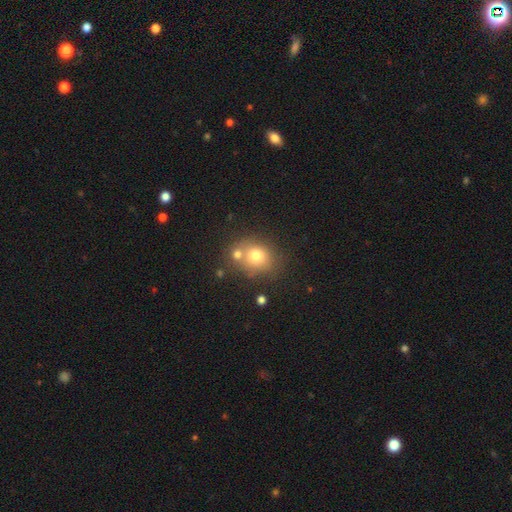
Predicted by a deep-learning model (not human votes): The model was most divided on "merging": none: 56%, merger: 27%, minor disturbance: 12%, major disturbance: 5%. More confident: smooth or featured — smooth (74%); how rounded — round (65%).